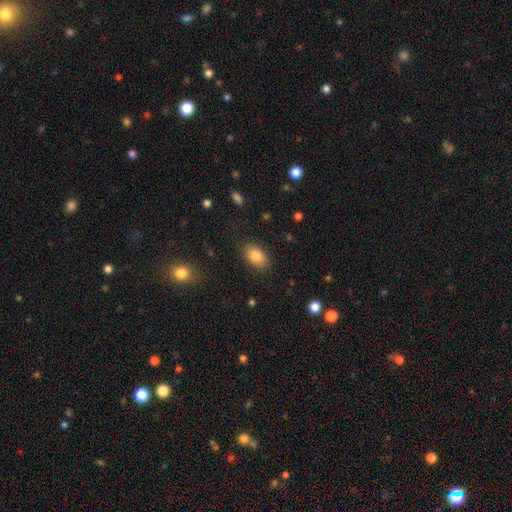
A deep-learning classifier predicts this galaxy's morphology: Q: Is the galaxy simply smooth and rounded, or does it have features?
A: smooth — 84%.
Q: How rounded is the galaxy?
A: in between — 90%.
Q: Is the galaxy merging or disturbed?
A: none — 84%.